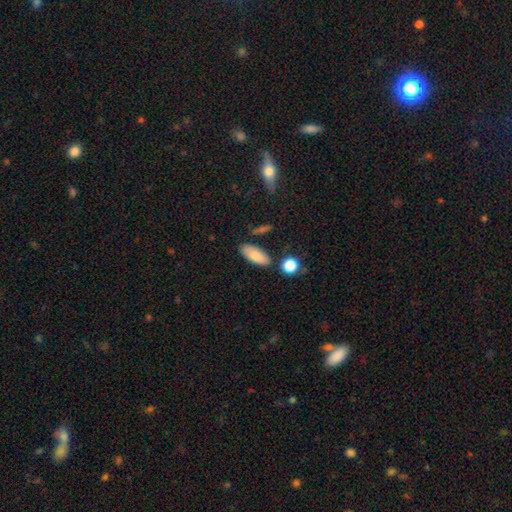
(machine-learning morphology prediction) Smooth or featured?
  - smooth: 82% *
  - featured or disk: 10%
  - star or artifact: 7%
How rounded?
  - in between: 83% *
  - cigar-shaped: 14%
  - round: 3%
Merging?
  - none: 79% *
  - minor disturbance: 13%
  - merger: 5%
  - major disturbance: 3%